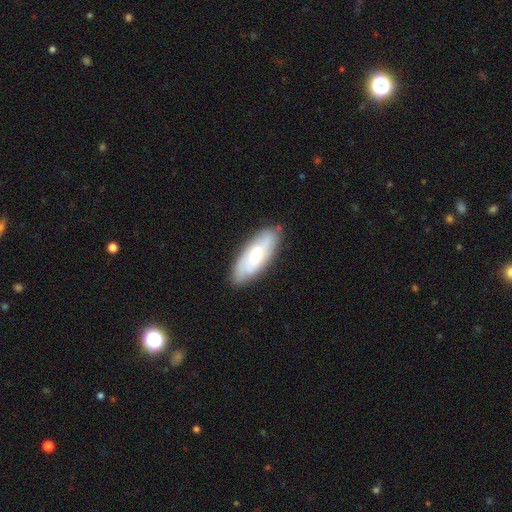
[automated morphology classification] Smooth or featured? Predicted: featured or disk (p=0.49). Merging? Predicted: none (p=0.83).